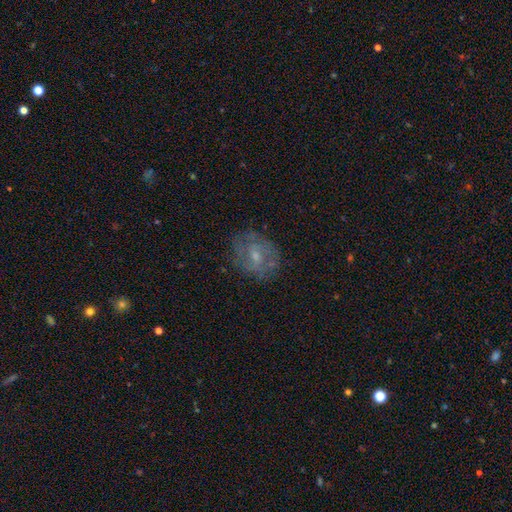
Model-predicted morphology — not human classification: This appears to be a featured or disk galaxy (60%) with no bar (48%), spiral arms (62%) and a moderate central bulge (45%). Merging: none (72%).